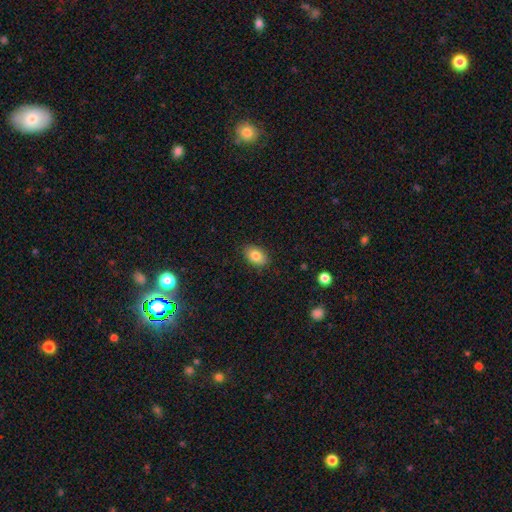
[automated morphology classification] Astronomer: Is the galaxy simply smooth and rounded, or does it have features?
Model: smooth — 83%.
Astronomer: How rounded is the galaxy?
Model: in between — 86%.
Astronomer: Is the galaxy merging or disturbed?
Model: none — 87%.